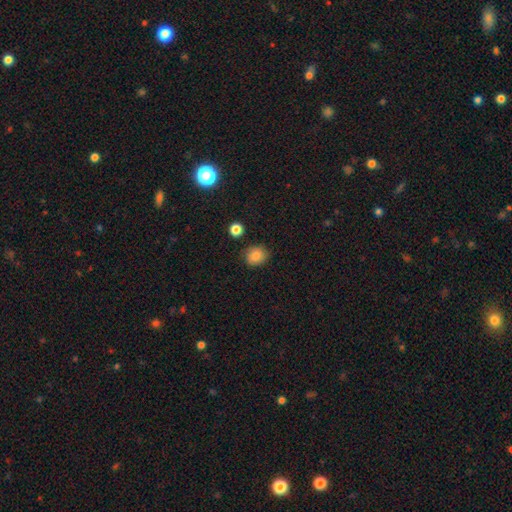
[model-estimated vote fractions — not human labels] This is clearly a smooth galaxy (83%). How rounded: likely round (71%). Merging: clearly none (81%).